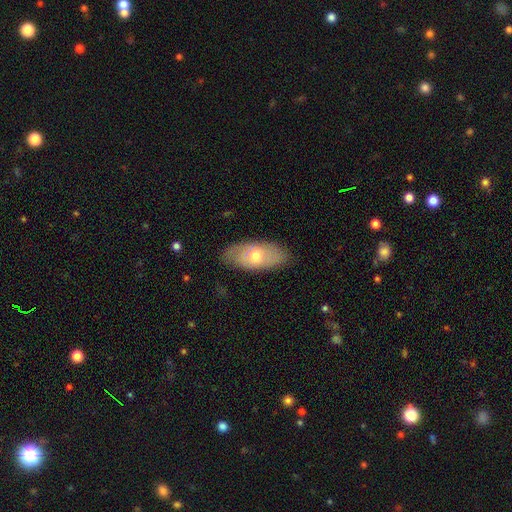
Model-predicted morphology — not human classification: smooth_or_featured: smooth (p=0.51) [alt: featured or disk p=0.42]
how_rounded: in between (p=0.88) [alt: cigar-shaped p=0.08]
merging: none (p=0.80) [alt: minor disturbance p=0.16]